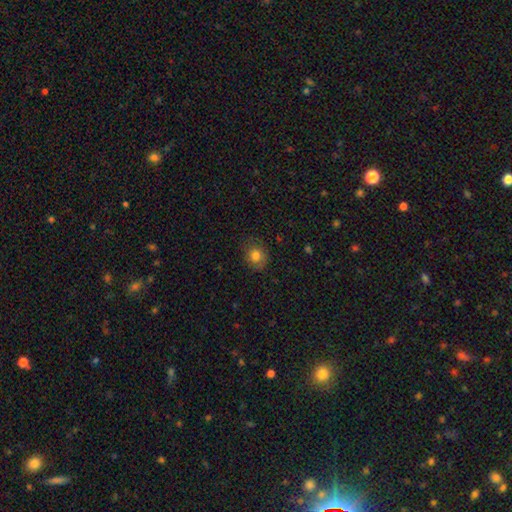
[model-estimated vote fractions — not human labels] Overall: smooth (80%). How rounded: round (71%). Merging: none (79%).